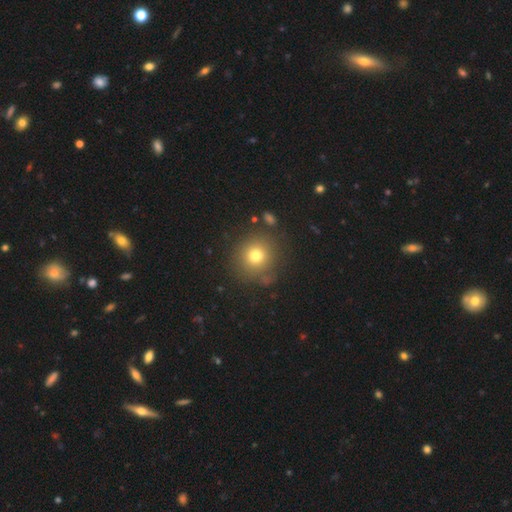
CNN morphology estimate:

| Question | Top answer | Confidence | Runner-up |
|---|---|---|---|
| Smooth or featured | smooth | 75% | star or artifact (15%) |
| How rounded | round | 91% | in between (8%) |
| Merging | none | 82% | minor disturbance (10%) |